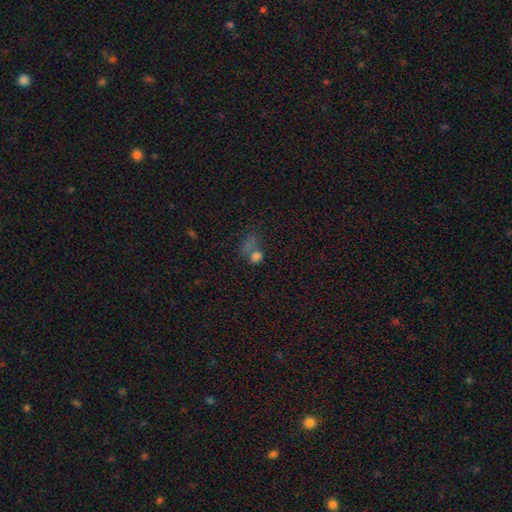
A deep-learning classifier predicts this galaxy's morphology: smooth 44%, star or artifact 42%, featured or disk 15%. Down the decision tree: merging — none (45%).